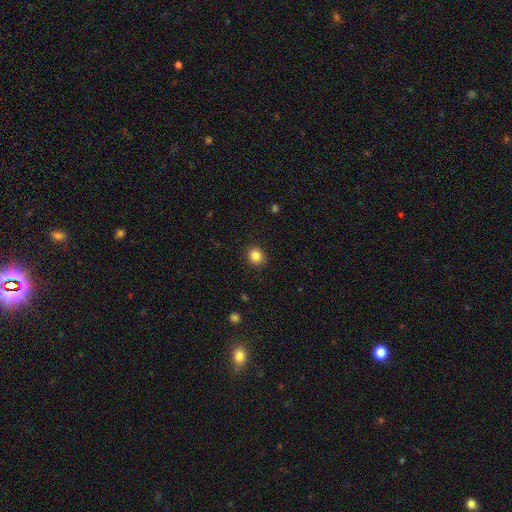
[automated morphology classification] Smooth or featured? Predicted: smooth (p=0.85). How rounded? Predicted: round (p=0.85). Merging? Predicted: none (p=0.90).